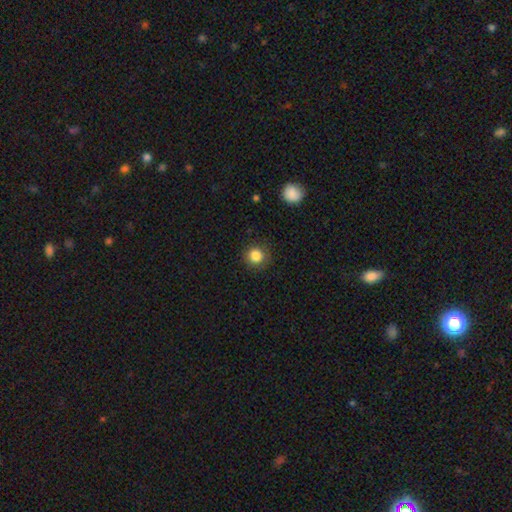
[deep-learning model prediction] smooth_or_featured: smooth (p=0.85) [alt: star or artifact p=0.11]
how_rounded: round (p=0.92) [alt: in between p=0.07]
merging: none (p=0.86) [alt: minor disturbance p=0.10]